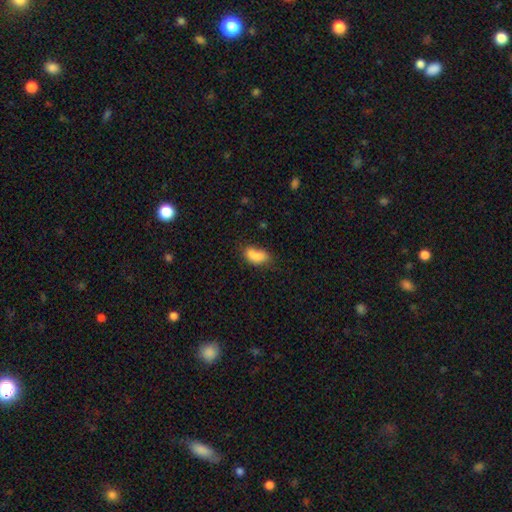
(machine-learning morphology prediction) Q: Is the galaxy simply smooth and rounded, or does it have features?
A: smooth — 80%.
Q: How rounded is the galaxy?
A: in between — 88%.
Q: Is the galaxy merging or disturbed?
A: none — 44%.